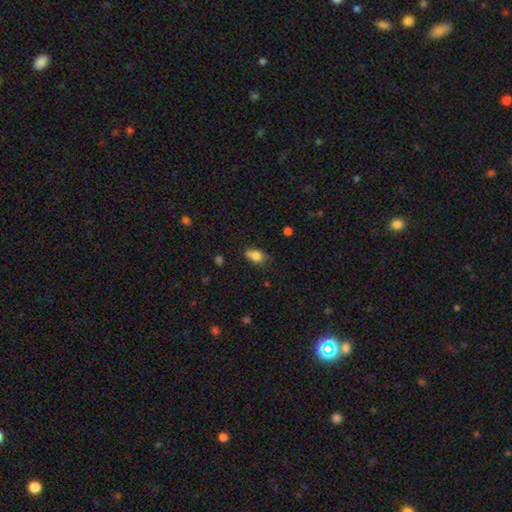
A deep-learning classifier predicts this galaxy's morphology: smooth_or_featured: smooth (p=0.80) [alt: featured or disk p=0.11]
how_rounded: in between (p=0.79) [alt: round p=0.18]
merging: none (p=0.56) [alt: minor disturbance p=0.29]